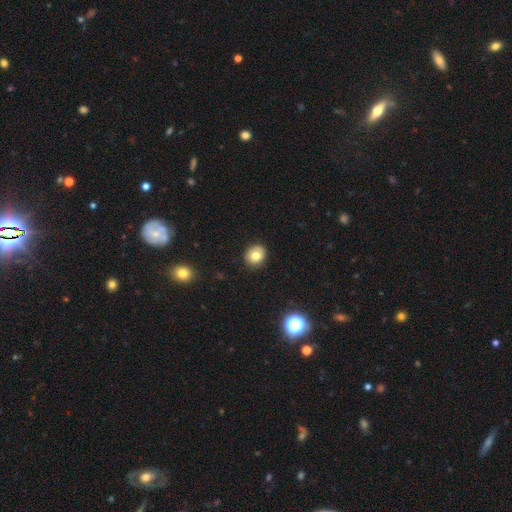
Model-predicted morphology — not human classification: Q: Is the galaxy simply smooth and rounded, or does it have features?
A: smooth — 78%.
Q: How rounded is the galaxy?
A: round — 74%.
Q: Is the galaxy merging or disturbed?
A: none — 87%.